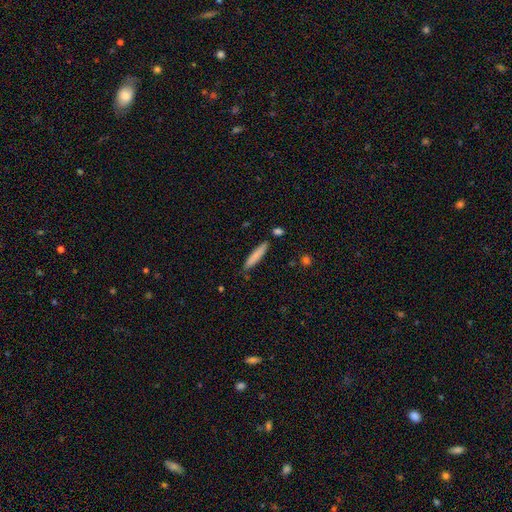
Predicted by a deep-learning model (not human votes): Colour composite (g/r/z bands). It shows a smooth galaxy with no disk features (80%) that is cigar-shaped (91%). Merging: none (82%).